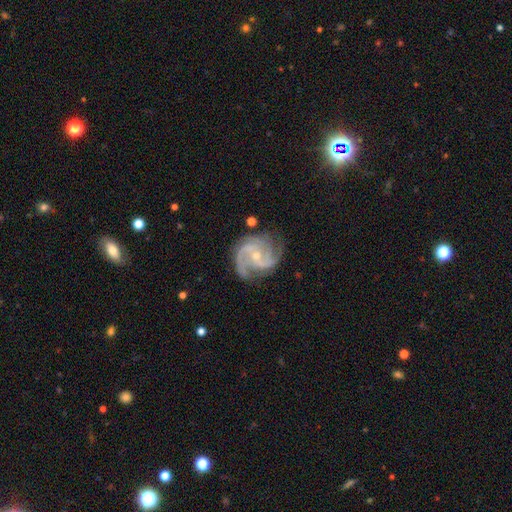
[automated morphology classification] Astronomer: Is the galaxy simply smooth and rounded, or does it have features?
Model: featured or disk — 91%.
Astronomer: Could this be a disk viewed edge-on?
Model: no — 98%.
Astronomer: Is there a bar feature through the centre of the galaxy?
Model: no — 52% (runner-up: weak, 36%).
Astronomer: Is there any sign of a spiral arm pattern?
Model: yes — 98%.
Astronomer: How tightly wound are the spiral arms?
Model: medium — 54% (runner-up: tight, 30%).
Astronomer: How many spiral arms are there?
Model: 3 — 41% (runner-up: 2, 35%).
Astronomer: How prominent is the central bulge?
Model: small — 71%.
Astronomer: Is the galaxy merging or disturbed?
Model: none — 71%.